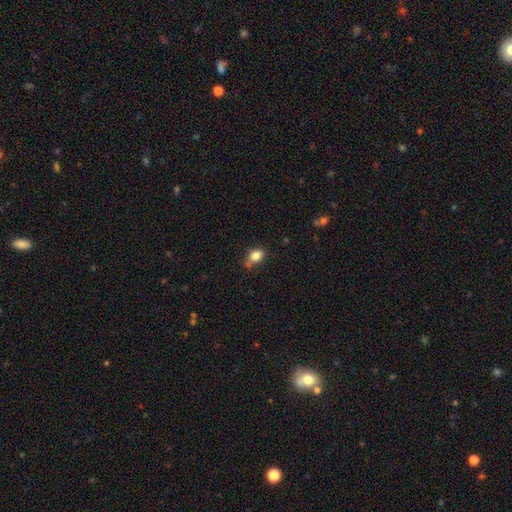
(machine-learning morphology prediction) Smooth or featured? smooth (83%)
How rounded? in between (69%)
Merging? none (61%)